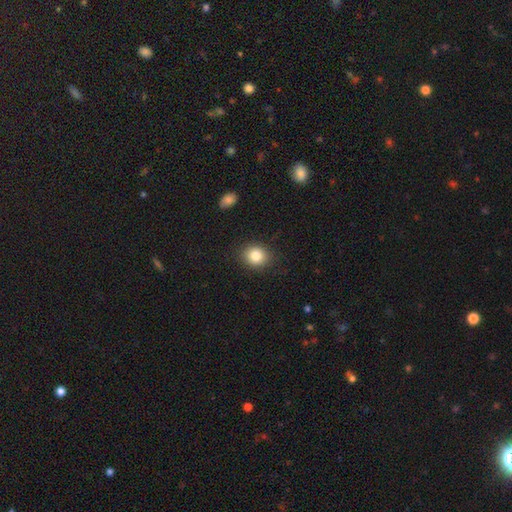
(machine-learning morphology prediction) smooth_or_featured: smooth (p=0.83) [alt: star or artifact p=0.10]
how_rounded: round (p=0.72) [alt: in between p=0.28]
merging: none (p=0.88) [alt: minor disturbance p=0.09]